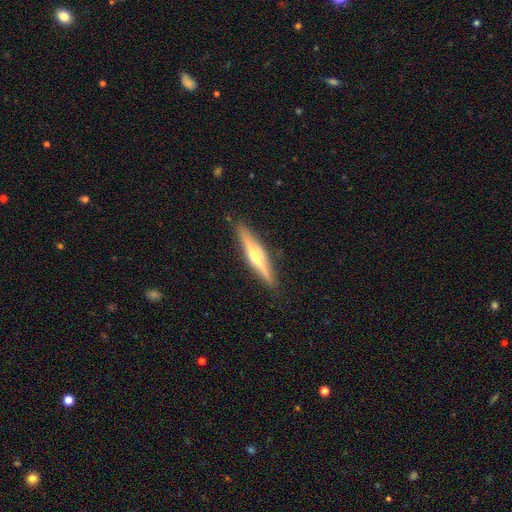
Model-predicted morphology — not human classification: This is likely a featured or disk galaxy (70%). It is clearly viewed edge-on (97%). Edge-on bulge: clearly rounded (88%). Merging: clearly none (89%).